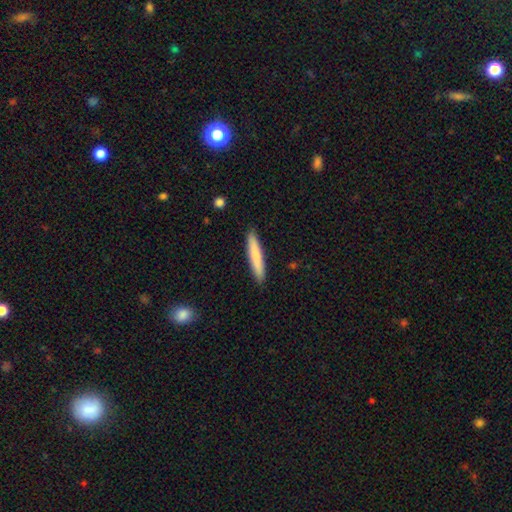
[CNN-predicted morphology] This is likely a smooth galaxy (78%). How rounded: clearly cigar-shaped (93%). Merging: clearly none (91%).